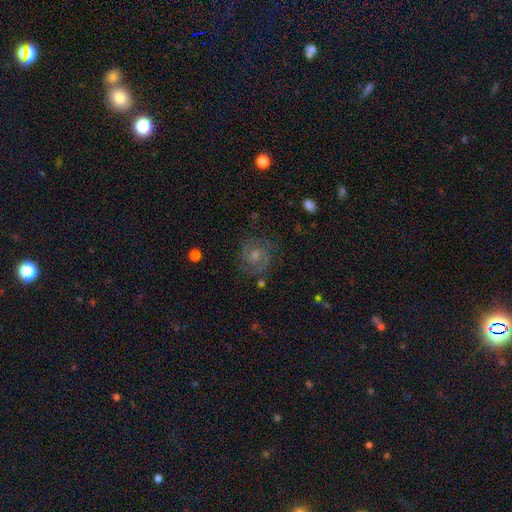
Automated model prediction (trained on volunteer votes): Morphology: type=featured or disk (76%); edge-on=no (98%); bar=no (63%); spiral arms=yes (95%); winding=tight (52%); arm count=2 (68%); bulge=moderate (47%); merging=none (78%).